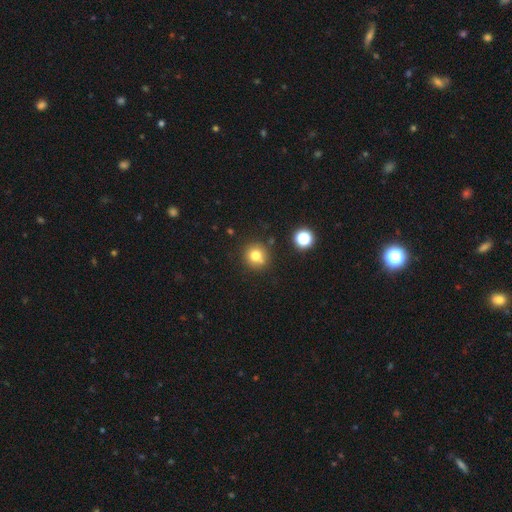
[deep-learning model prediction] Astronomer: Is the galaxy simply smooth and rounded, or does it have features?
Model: smooth — 76%.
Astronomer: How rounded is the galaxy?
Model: round — 90%.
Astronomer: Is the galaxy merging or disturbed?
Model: none — 77%.